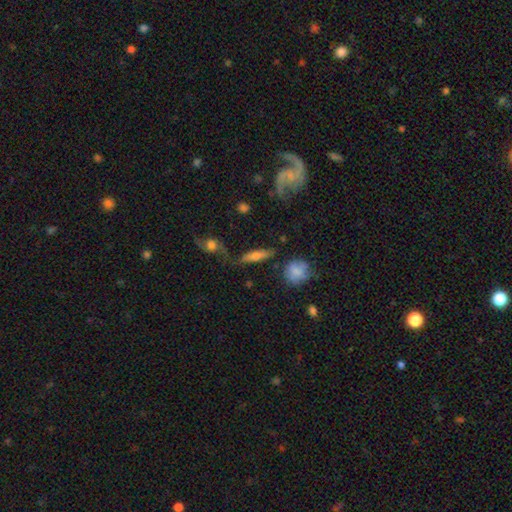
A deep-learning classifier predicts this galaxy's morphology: Smooth or featured? Predicted: smooth (p=0.47). Merging? Predicted: none (p=0.66).